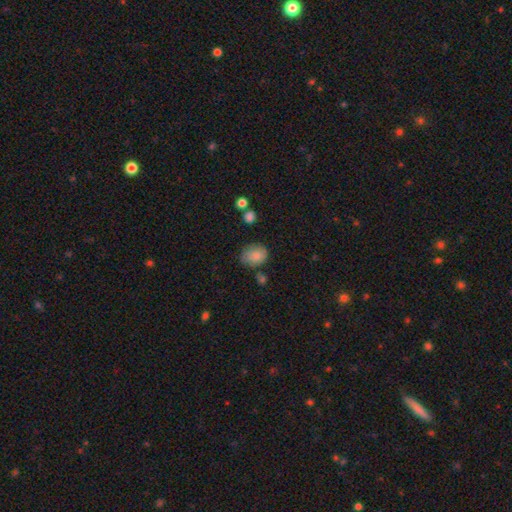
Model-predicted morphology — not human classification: Smooth or featured?
  - smooth: 83% *
  - star or artifact: 9%
  - featured or disk: 8%
How rounded?
  - in between: 52% *
  - round: 47%
  - cigar-shaped: 1%
Merging?
  - none: 63% *
  - minor disturbance: 25%
  - major disturbance: 6%
  - merger: 5%